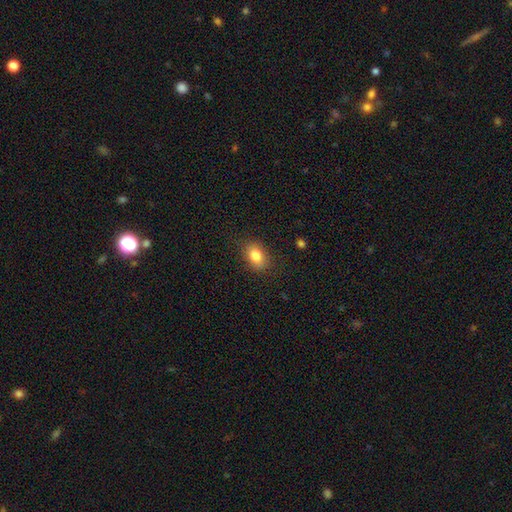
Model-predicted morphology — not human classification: This is clearly a smooth galaxy (83%). How rounded: likely in between (80%). Merging: clearly none (84%).